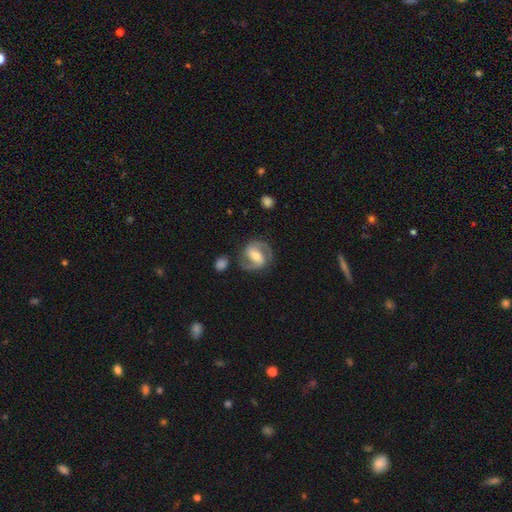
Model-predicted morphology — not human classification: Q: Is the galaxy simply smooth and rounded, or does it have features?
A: featured or disk — 85%.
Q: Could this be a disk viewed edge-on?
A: no — 97%.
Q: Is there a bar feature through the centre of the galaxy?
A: strong — 51%.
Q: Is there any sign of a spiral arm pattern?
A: yes — 95%.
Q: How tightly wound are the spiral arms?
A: medium — 56%.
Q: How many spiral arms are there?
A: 2 — 92%.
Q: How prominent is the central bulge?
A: moderate — 62%.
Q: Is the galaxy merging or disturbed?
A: none — 81%.